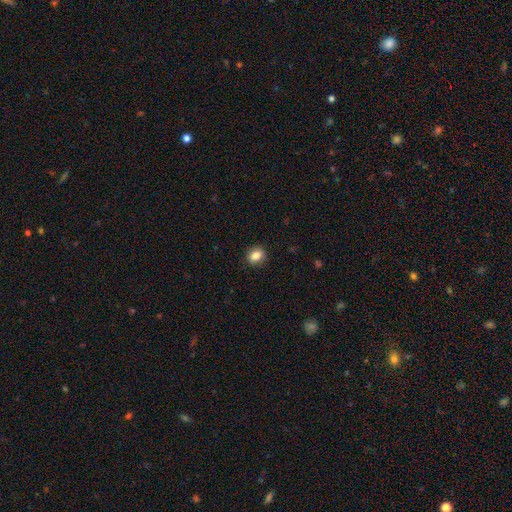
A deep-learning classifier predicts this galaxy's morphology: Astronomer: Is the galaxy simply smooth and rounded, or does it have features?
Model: smooth — 85%.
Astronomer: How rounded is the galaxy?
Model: round — 50% (runner-up: in between, 48%).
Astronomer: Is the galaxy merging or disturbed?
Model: none — 88%.